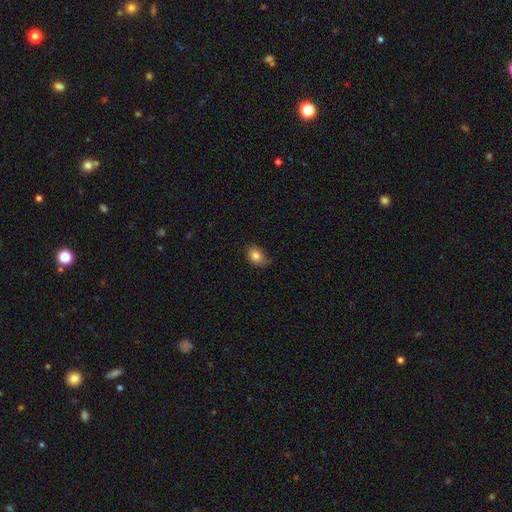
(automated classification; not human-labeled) A smooth galaxy with no disk features (81%) that is in between round and cigar-shaped (62%).

Vote fractions:
- Smooth or featured? smooth: 81% / star or artifact: 10% / featured or disk: 9%
- How rounded? in between: 62% / round: 37% / cigar-shaped: 1%
- Merging? none: 72% / minor disturbance: 23% / major disturbance: 4% / merger: 1%